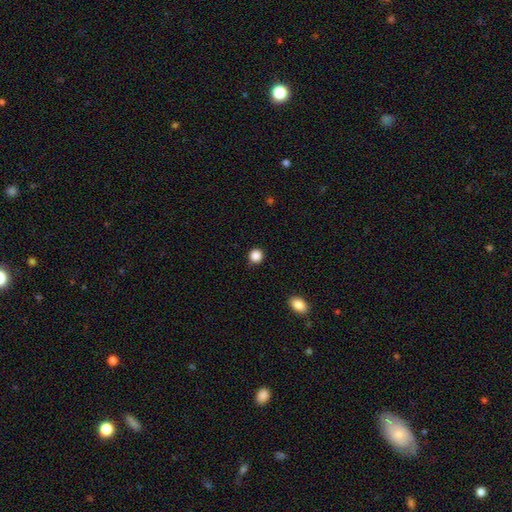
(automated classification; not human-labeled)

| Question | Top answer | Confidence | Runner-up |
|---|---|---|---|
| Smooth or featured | smooth | 87% | star or artifact (10%) |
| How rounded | round | 91% | in between (8%) |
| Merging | none | 89% | minor disturbance (7%) |